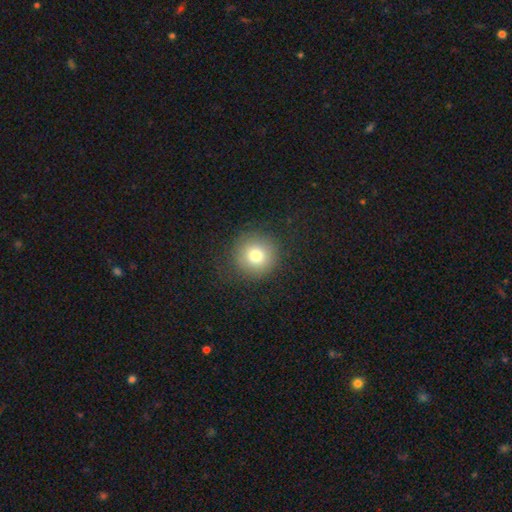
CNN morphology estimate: type=smooth (78%); roundness=round (94%); merging=none (87%).